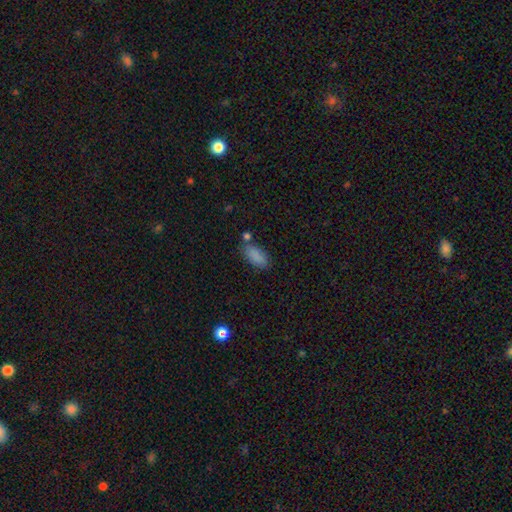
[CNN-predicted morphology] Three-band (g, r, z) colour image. It shows a smooth galaxy with no disk features (86%) that is in between round and cigar-shaped (89%). Merging: none (68%).